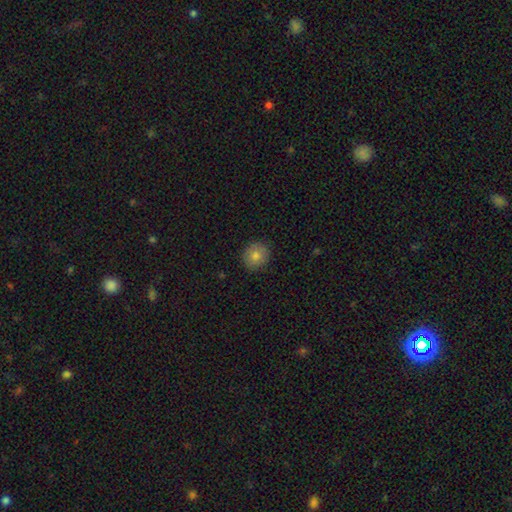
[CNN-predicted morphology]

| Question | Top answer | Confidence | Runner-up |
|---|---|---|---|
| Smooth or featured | smooth | 79% | featured or disk (11%) |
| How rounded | round | 85% | in between (14%) |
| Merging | none | 89% | minor disturbance (8%) |